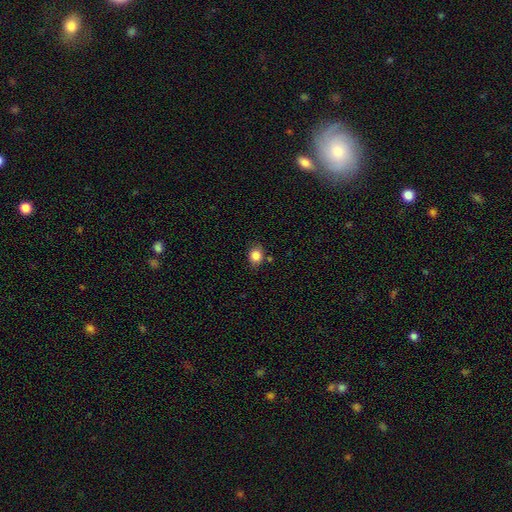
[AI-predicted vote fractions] This appears to be a smooth galaxy with no disk features (85%) that is round (58%). Merging: none (78%).